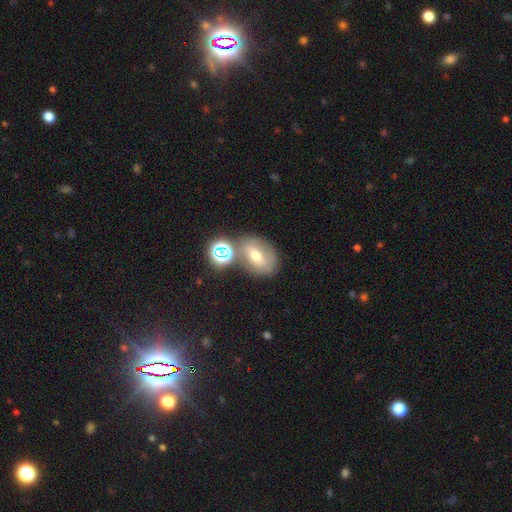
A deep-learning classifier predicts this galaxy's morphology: Smooth or featured?
  - smooth: 46% *
  - featured or disk: 35%
  - star or artifact: 19%
Merging?
  - none: 61% *
  - merger: 19%
  - minor disturbance: 14%
  - major disturbance: 6%